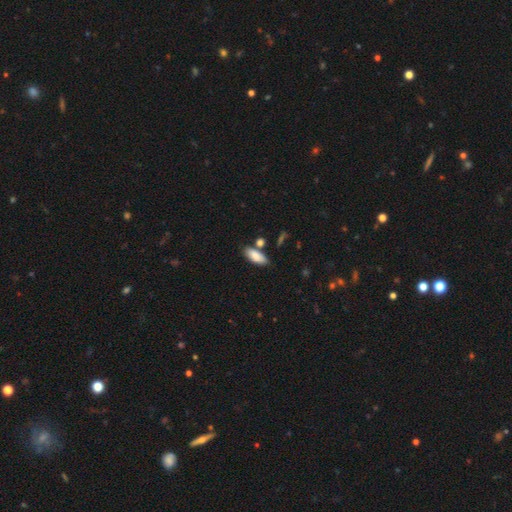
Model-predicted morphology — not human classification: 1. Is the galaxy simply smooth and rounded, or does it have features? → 85% smooth, 9% featured or disk, 6% star or artifact.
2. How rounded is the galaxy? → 80% in between, 18% cigar-shaped, 2% round.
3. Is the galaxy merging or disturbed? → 72% none, 13% minor disturbance, 11% merger, 3% major disturbance.